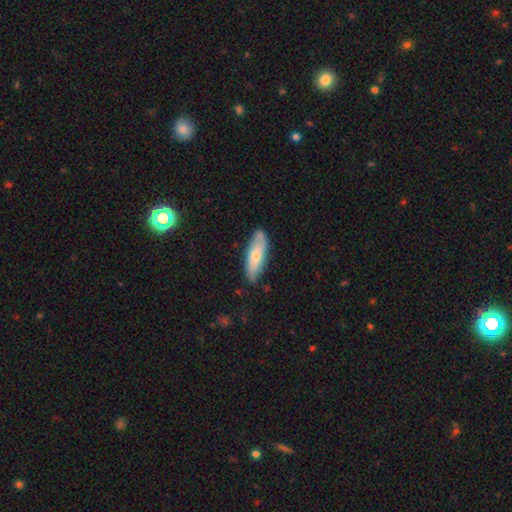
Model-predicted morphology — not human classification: Smooth or featured? Predicted: smooth (p=0.67). How rounded? Predicted: in between (p=0.54). Merging? Predicted: none (p=0.80).